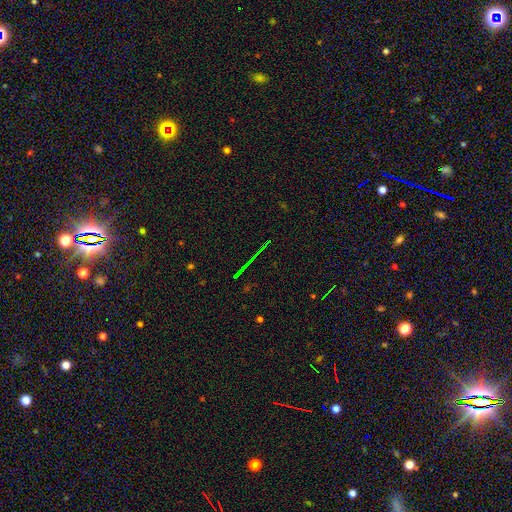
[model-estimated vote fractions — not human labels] Smooth or featured: star or artifact — 76% (featured or disk — 15%)